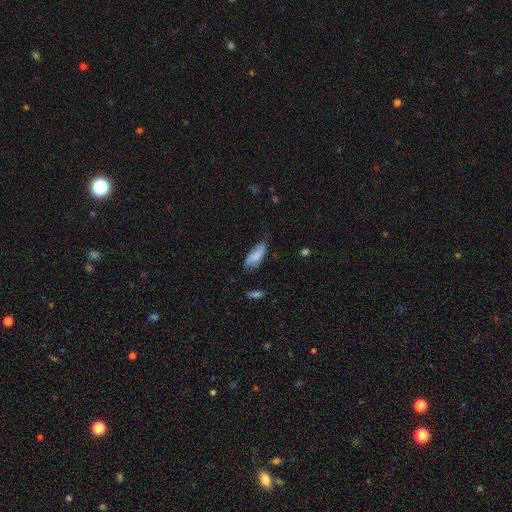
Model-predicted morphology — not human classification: Smooth or featured? smooth (75%)
How rounded? in between (77%)
Merging? none (48%)